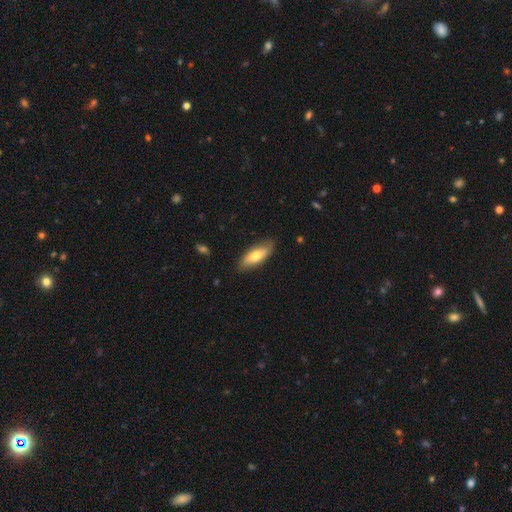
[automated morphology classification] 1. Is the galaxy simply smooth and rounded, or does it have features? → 68% smooth, 27% featured or disk, 6% star or artifact.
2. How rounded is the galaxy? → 73% in between, 25% cigar-shaped, 2% round.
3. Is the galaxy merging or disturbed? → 82% none, 14% minor disturbance, 2% major disturbance, 1% merger.